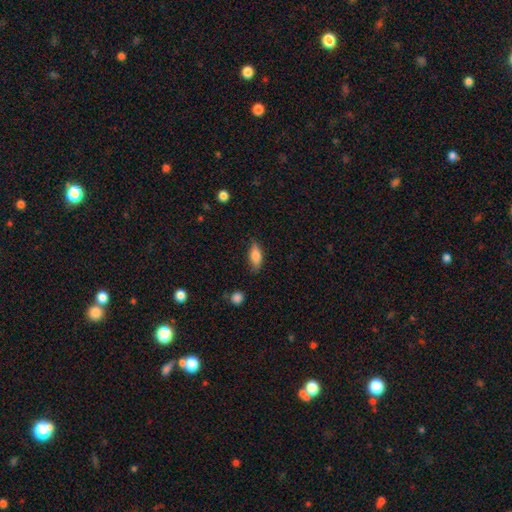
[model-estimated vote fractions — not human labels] This is likely a smooth galaxy (72%). How rounded: likely in between (70%). Merging: likely none (77%).